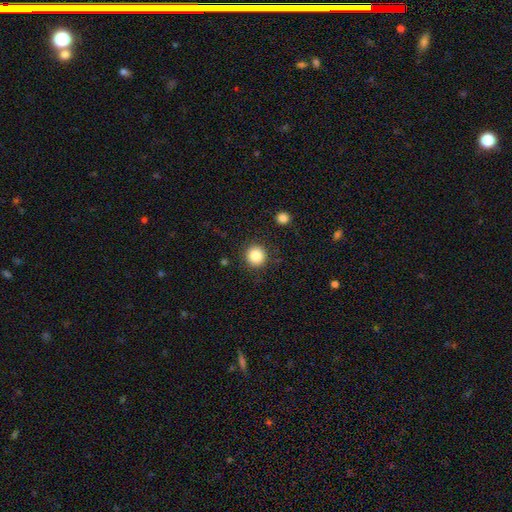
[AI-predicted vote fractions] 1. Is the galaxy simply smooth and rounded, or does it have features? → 86% smooth, 10% star or artifact, 5% featured or disk.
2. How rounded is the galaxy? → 94% round, 5% in between, 1% cigar-shaped.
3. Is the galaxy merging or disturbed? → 90% none, 6% minor disturbance, 2% major disturbance, 2% merger.